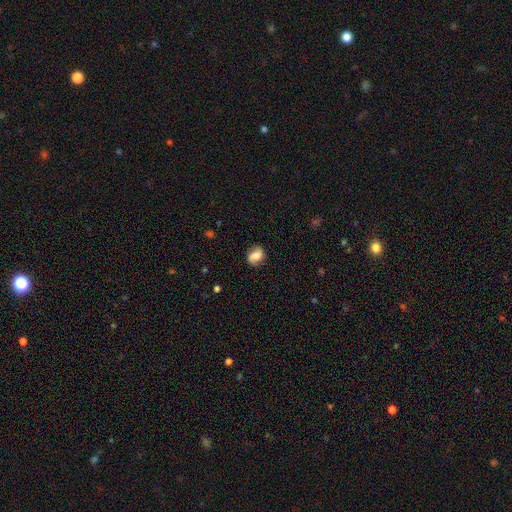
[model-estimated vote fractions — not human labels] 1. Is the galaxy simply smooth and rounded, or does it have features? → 50% smooth, 41% featured or disk, 9% star or artifact.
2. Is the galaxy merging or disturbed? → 76% none, 17% minor disturbance, 6% major disturbance, 1% merger.